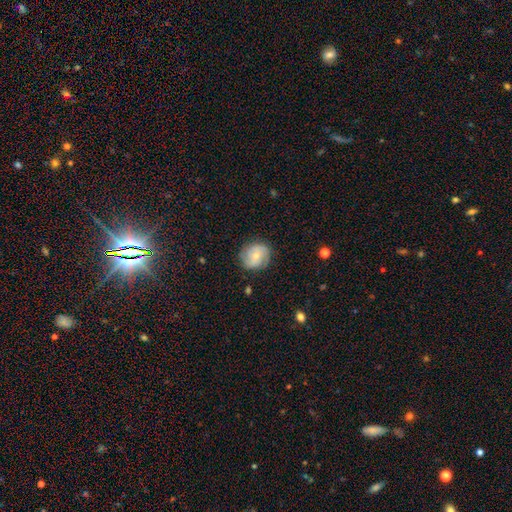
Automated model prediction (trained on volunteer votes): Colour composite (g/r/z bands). It shows a smooth galaxy with no disk features (46%, tied with featured or disk). Merging: none (78%).